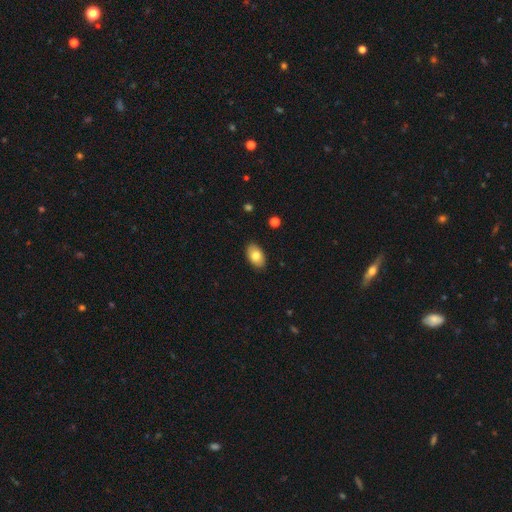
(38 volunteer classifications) Morphology: type=smooth (89%); roundness=in between (94%); merging=none (86%).